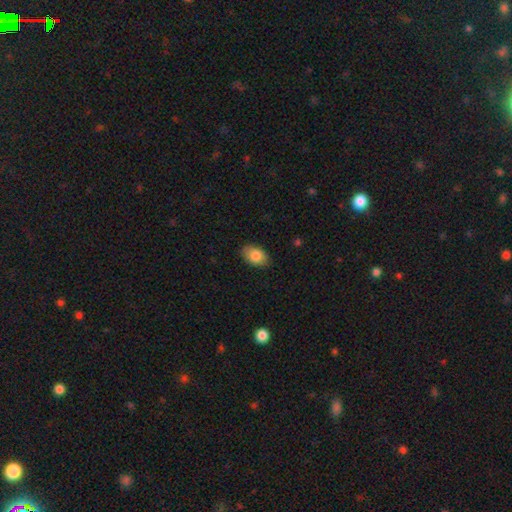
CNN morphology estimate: This is clearly a smooth galaxy (84%). How rounded: clearly in between (88%). Merging: clearly none (84%).